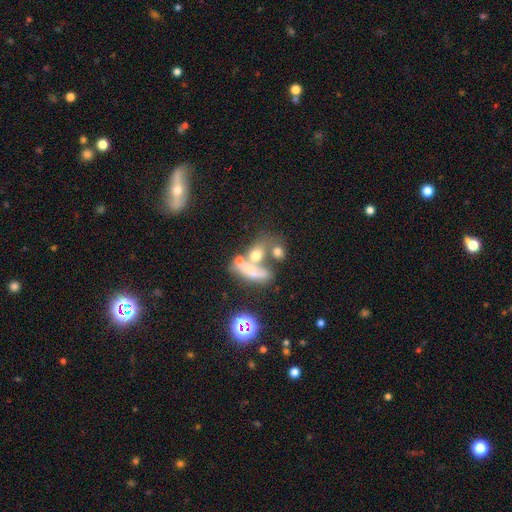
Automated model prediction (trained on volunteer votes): Overall: smooth (54%; featured or disk 29%). How rounded: in between (64%; round 24%). Merging: merger (49%; none 26%).